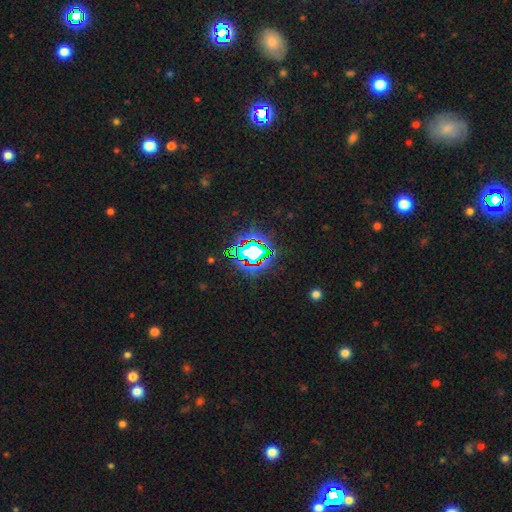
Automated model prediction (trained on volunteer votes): This appears to be a star or artifact, not a galaxy (70%).